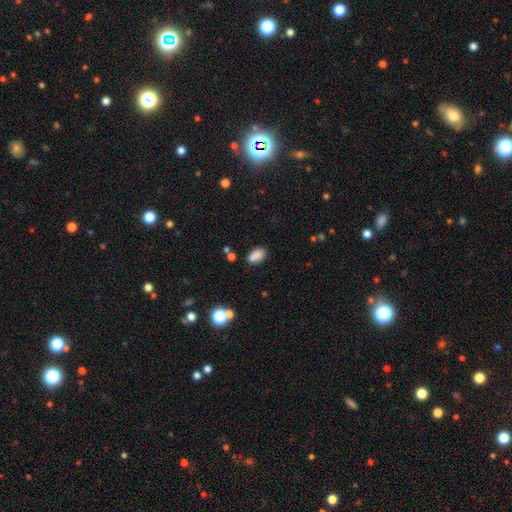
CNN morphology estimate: This is clearly a smooth galaxy (81%). How rounded: clearly in between (88%). Merging: likely none (65%).